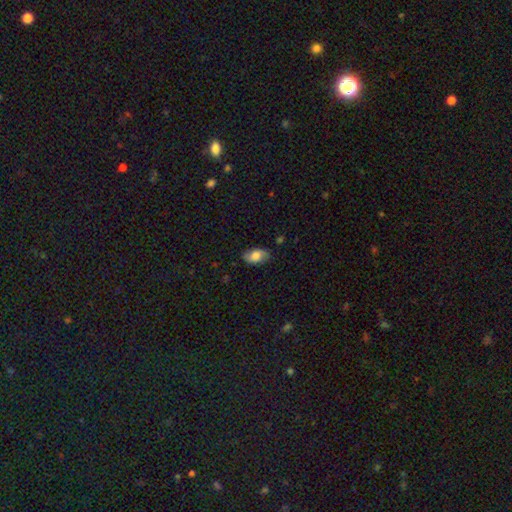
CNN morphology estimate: A smooth galaxy with no disk features (67%) that is in between round and cigar-shaped (92%). Merging: none (80%).